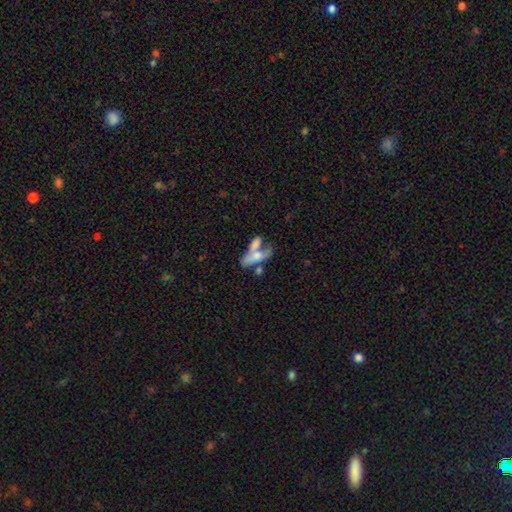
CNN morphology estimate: type=smooth (57%); roundness=in between (59%); merging=merger (52%).